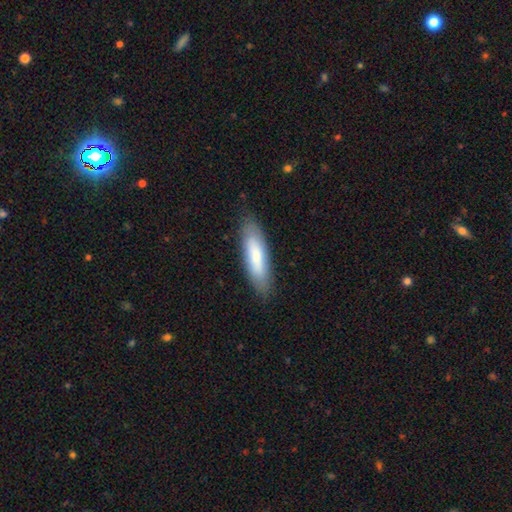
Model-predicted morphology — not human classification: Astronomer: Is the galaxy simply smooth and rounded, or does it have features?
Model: smooth — 77%.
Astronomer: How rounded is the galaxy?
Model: cigar-shaped — 61% (runner-up: in between, 37%).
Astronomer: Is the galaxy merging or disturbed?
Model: none — 86%.